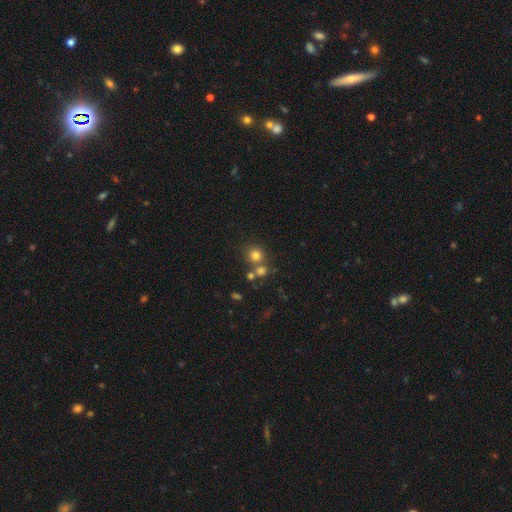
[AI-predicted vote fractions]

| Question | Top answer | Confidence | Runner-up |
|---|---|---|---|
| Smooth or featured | smooth | 76% | star or artifact (15%) |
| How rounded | round | 89% | in between (10%) |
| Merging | none | 62% | merger (27%) |